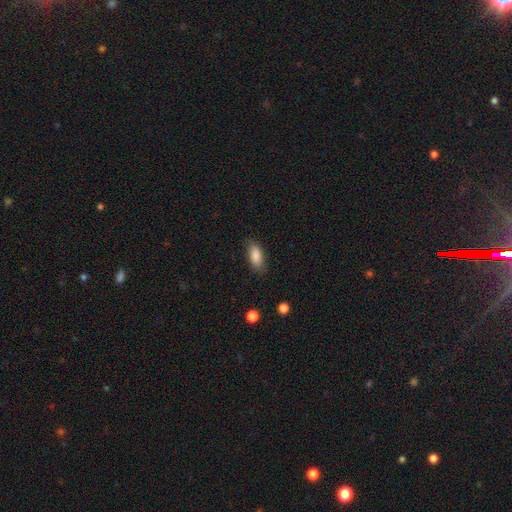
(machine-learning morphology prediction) Q: Smooth or featured?
A: smooth (86%); runner-up: star or artifact (7%)
Q: How rounded?
A: in between (85%); runner-up: cigar-shaped (12%)
Q: Merging?
A: none (80%); runner-up: minor disturbance (15%)